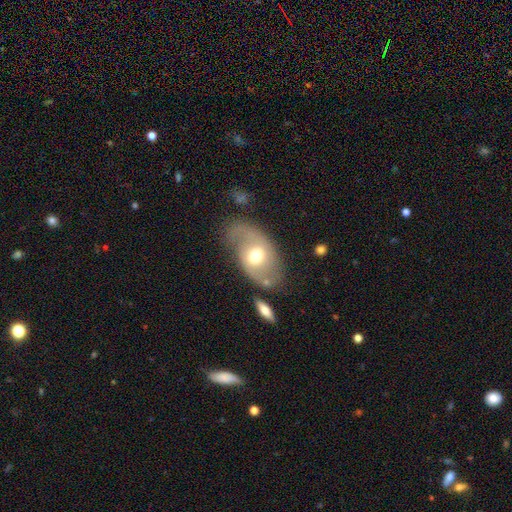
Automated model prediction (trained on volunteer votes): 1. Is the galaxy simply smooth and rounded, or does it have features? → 60% featured or disk, 33% smooth, 7% star or artifact.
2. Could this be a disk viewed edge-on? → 92% no, 8% yes.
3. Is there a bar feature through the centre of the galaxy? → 54% no, 36% weak, 10% strong.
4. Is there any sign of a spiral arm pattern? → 69% yes, 31% no.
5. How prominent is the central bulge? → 69% moderate, 16% small, 13% large, 1% dominant, 1% none.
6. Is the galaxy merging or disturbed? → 60% none, 21% minor disturbance, 12% major disturbance, 7% merger.